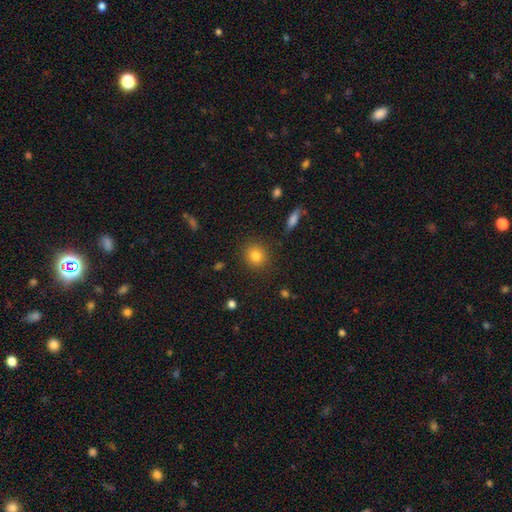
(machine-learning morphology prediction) A smooth galaxy with no disk features (83%) that is round (86%).

Vote fractions:
- Smooth or featured? smooth: 83% / star or artifact: 11% / featured or disk: 7%
- How rounded? round: 86% / in between: 13% / cigar-shaped: 1%
- Merging? none: 89% / minor disturbance: 7% / major disturbance: 3% / merger: 2%